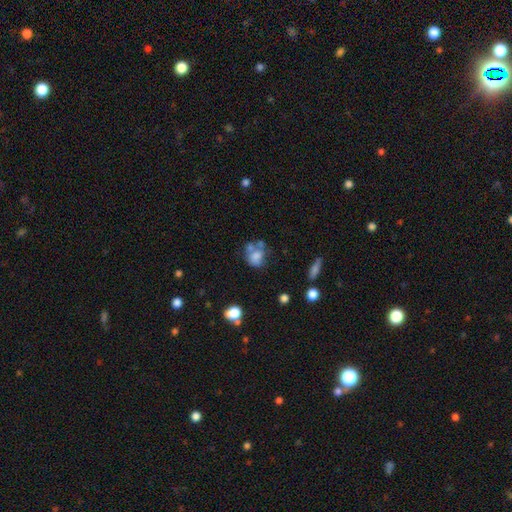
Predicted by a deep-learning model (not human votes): Overall: smooth (70%). How rounded: round (53%; in between 45%). Merging: none (36%; merger 32%).